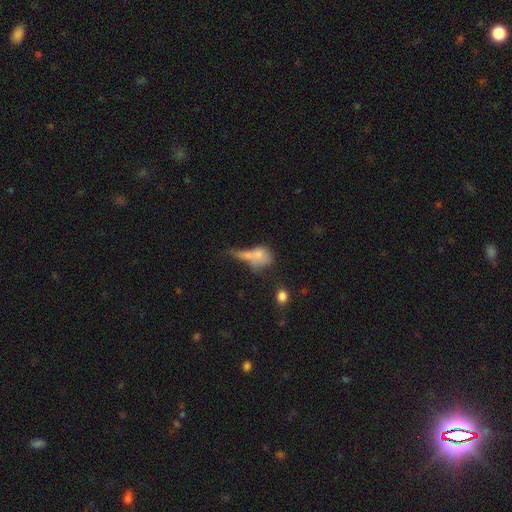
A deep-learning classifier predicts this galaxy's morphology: Smooth or featured?
  - smooth: 66% *
  - featured or disk: 22%
  - star or artifact: 12%
How rounded?
  - in between: 46% *
  - round: 44%
  - cigar-shaped: 10%
Merging?
  - merger: 31% *
  - major disturbance: 27%
  - none: 25%
  - minor disturbance: 18%